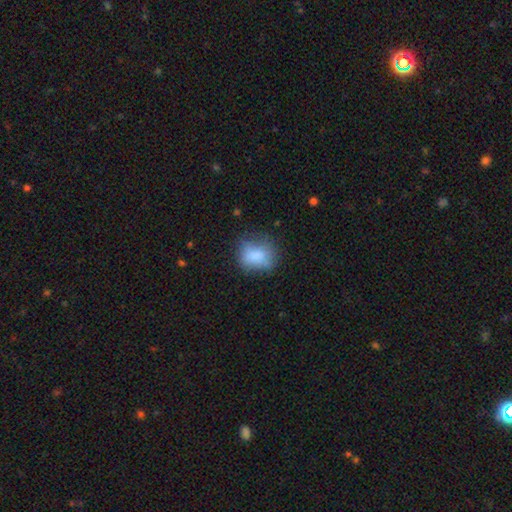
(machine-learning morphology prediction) This appears to be a smooth galaxy with no disk features (78%) that is in between round and cigar-shaped (56%). Merging: none (57%).